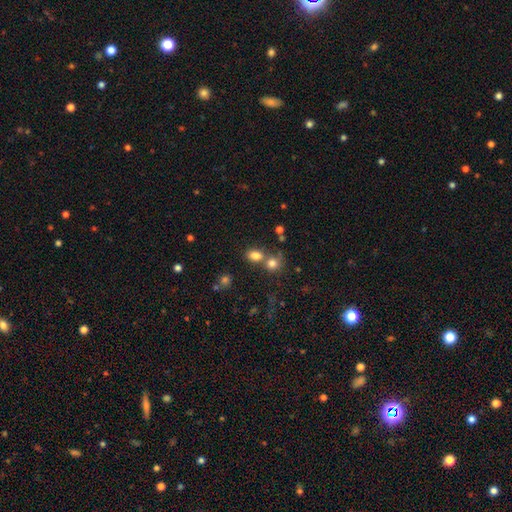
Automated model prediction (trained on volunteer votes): Overall: smooth (80%). How rounded: in between (69%). Merging: none (49%; merger 36%).